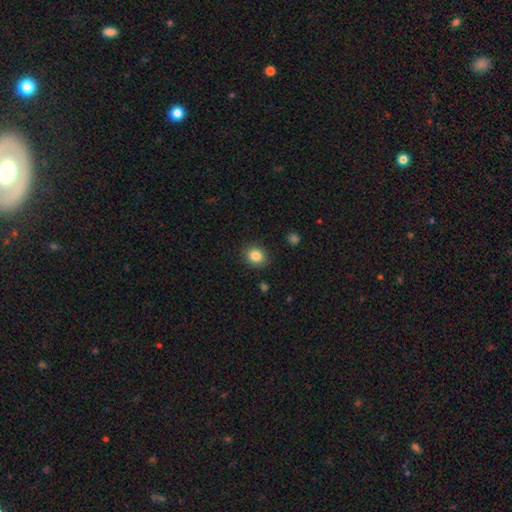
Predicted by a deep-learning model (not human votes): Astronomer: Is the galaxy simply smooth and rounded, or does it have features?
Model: smooth — 85%.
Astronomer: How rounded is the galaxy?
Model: round — 69%.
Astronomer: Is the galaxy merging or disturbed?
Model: none — 88%.